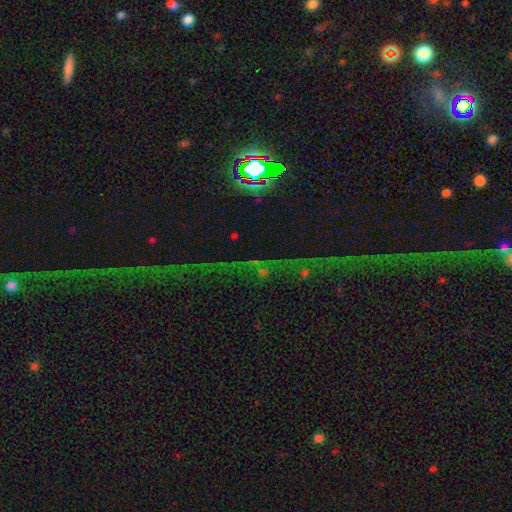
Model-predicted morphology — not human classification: Overall: star or artifact (78%).